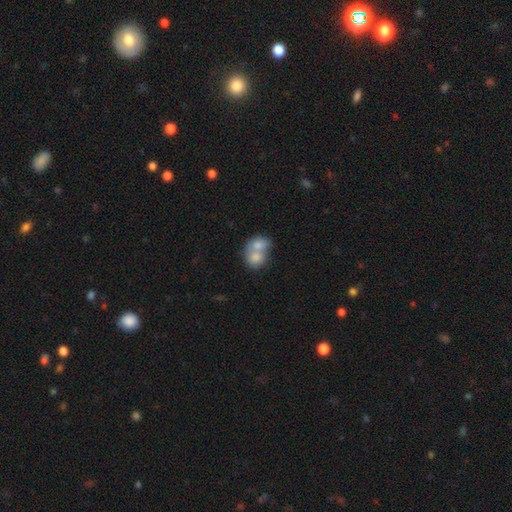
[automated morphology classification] This appears to be a smooth galaxy with no disk features (75%) that is round (52%). Merging: merger (75%).